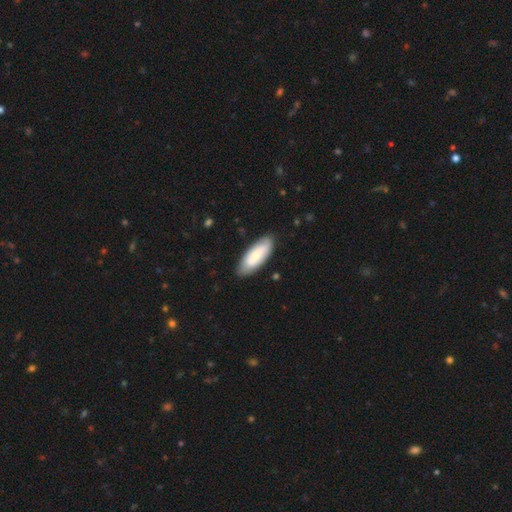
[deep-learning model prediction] Overall: smooth (68%). How rounded: in between (76%). Merging: none (83%).